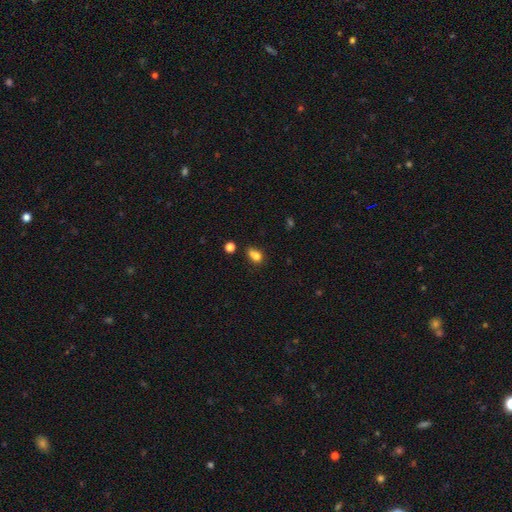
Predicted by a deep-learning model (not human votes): Smooth or featured? Predicted: smooth (p=0.77). How rounded? Predicted: in between (p=0.59). Merging? Predicted: none (p=0.38).